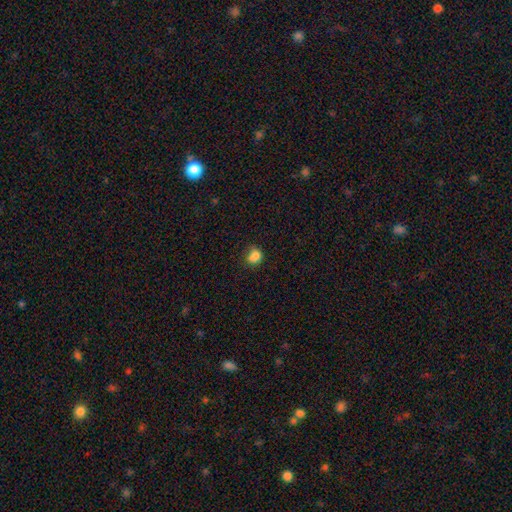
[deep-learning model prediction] smooth_or_featured: smooth (p=0.83) [alt: star or artifact p=0.11]
how_rounded: round (p=0.61) [alt: in between p=0.38]
merging: none (p=0.60) [alt: minor disturbance p=0.27]